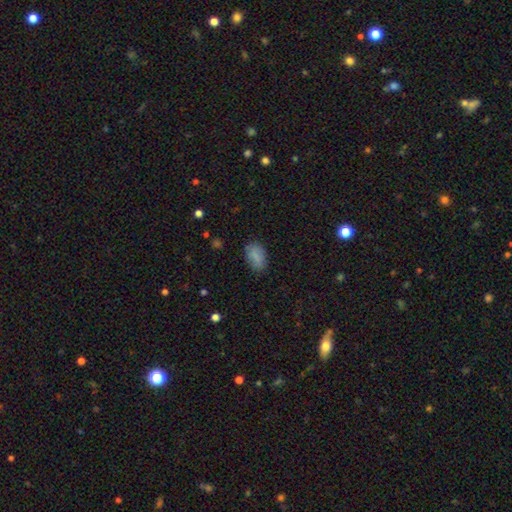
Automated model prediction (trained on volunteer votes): A smooth galaxy with no disk features (85%) that is in between round and cigar-shaped (90%).

Vote fractions:
- Smooth or featured? smooth: 85% / star or artifact: 9% / featured or disk: 6%
- How rounded? in between: 90% / round: 9% / cigar-shaped: 2%
- Merging? none: 79% / minor disturbance: 16% / major disturbance: 4% / merger: 1%